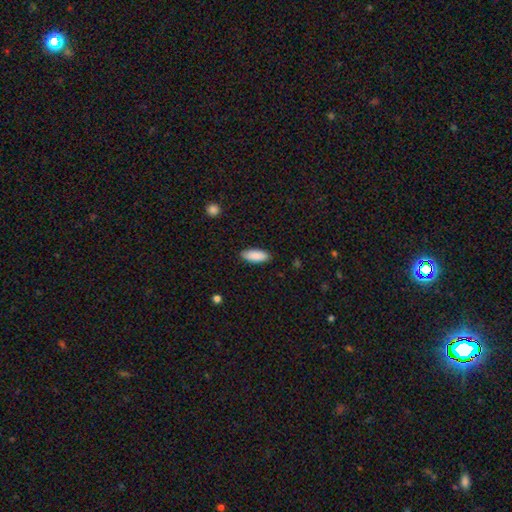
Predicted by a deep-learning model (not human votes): Smooth or featured?
  - smooth: 89% *
  - star or artifact: 6%
  - featured or disk: 5%
How rounded?
  - in between: 77% *
  - cigar-shaped: 22%
  - round: 2%
Merging?
  - none: 89% *
  - minor disturbance: 8%
  - major disturbance: 2%
  - merger: 1%